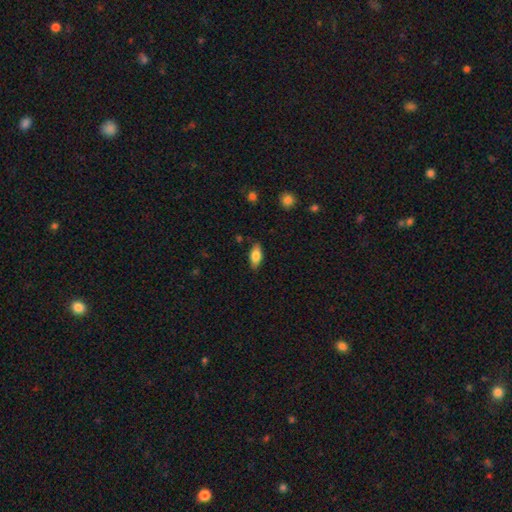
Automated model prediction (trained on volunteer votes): Q: Smooth or featured?
A: smooth (76%); runner-up: featured or disk (17%)
Q: How rounded?
A: in between (83%); runner-up: cigar-shaped (15%)
Q: Merging?
A: none (86%); runner-up: minor disturbance (11%)